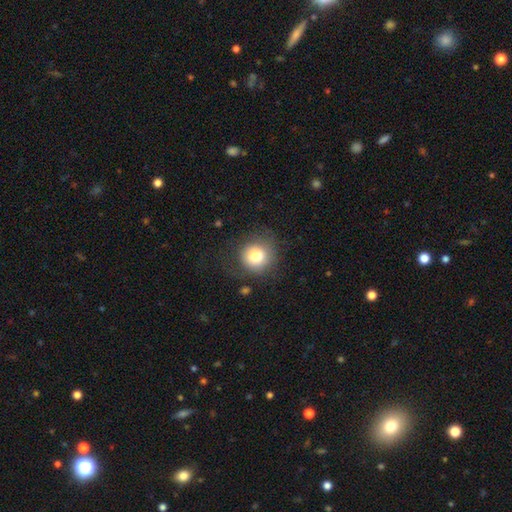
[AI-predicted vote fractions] This appears to be a smooth galaxy with no disk features (78%) that is round (91%). Merging: none (72%).